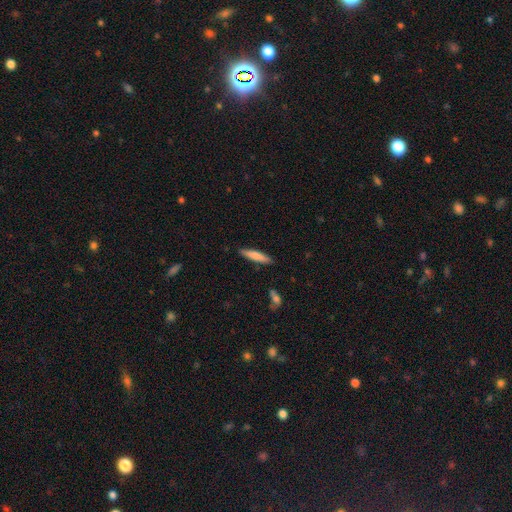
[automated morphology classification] Smooth or featured? smooth (75%)
How rounded? cigar-shaped (86%)
Merging? none (88%)